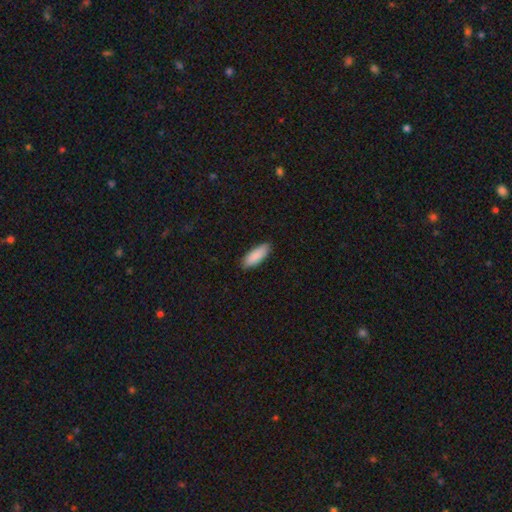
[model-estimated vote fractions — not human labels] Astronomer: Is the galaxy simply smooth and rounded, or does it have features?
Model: smooth — 90%.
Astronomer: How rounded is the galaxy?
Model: in between — 71%.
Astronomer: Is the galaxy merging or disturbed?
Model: none — 88%.